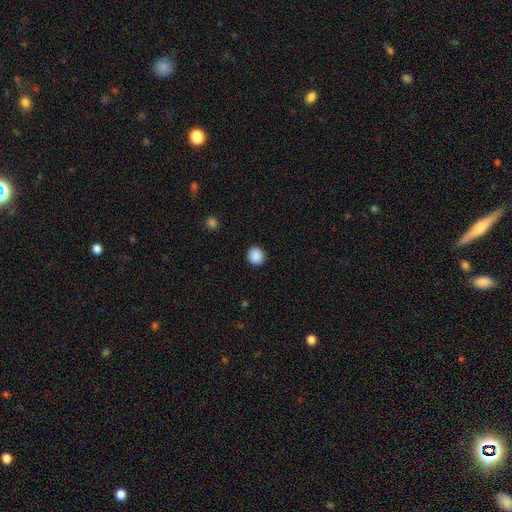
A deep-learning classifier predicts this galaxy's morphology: Smooth or featured? smooth (89%)
How rounded? round (86%)
Merging? none (91%)